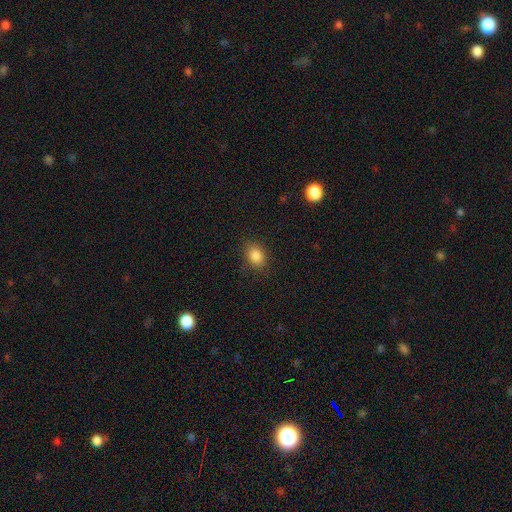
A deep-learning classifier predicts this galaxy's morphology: A smooth galaxy with no disk features (85%) that is in between round and cigar-shaped (59%).

Vote fractions:
- Smooth or featured? smooth: 85% / star or artifact: 10% / featured or disk: 5%
- How rounded? in between: 59% / round: 40% / cigar-shaped: 1%
- Merging? none: 83% / minor disturbance: 12% / major disturbance: 4% / merger: 1%